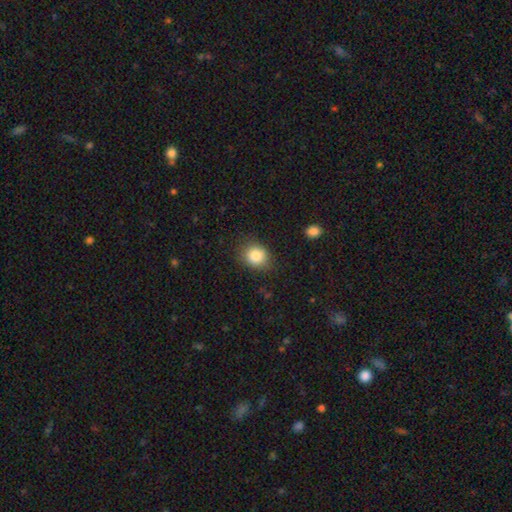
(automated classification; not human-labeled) The model was most divided on "how rounded": round: 68%, in between: 31%, cigar-shaped: 1%. More confident: smooth or featured — smooth (84%); merging — none (82%).